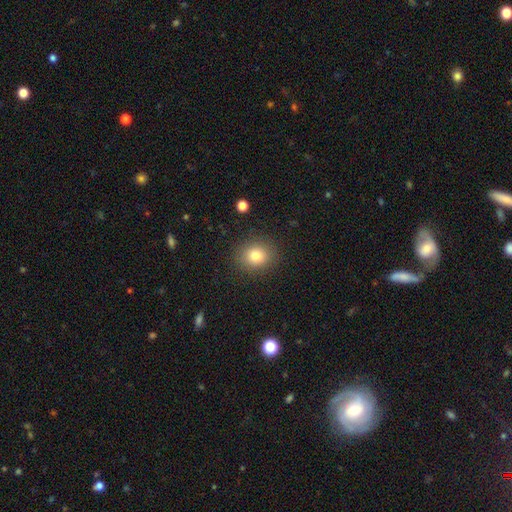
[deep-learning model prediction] smooth_or_featured: smooth (p=0.81) [alt: star or artifact p=0.11]
how_rounded: round (p=0.72) [alt: in between p=0.27]
merging: none (p=0.88) [alt: minor disturbance p=0.08]